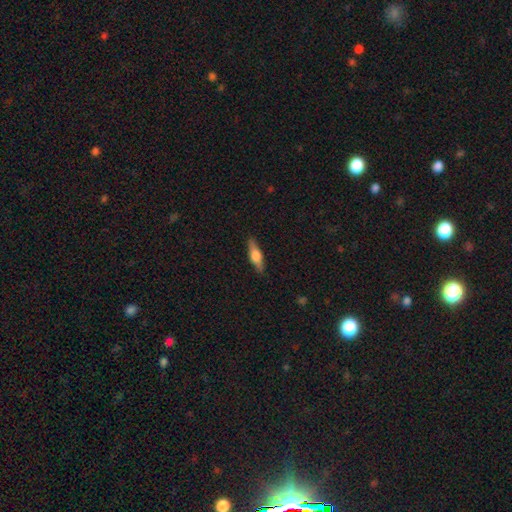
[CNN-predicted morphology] Smooth or featured: featured or disk — 48% (smooth — 46%)
Merging: none — 88% (minor disturbance — 9%)